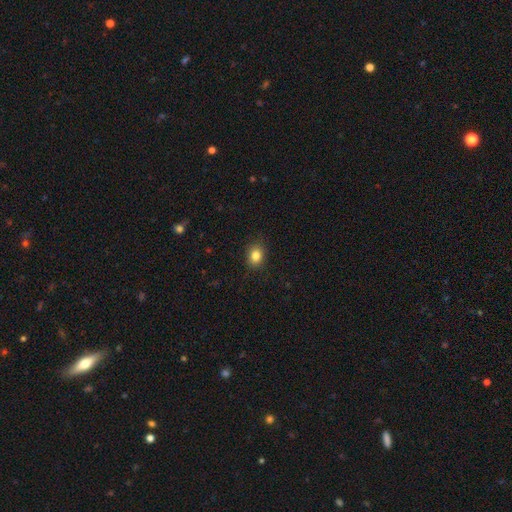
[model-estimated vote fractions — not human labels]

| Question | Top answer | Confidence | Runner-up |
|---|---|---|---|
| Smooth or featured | smooth | 83% | star or artifact (11%) |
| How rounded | round | 54% | in between (45%) |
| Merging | none | 87% | minor disturbance (10%) |